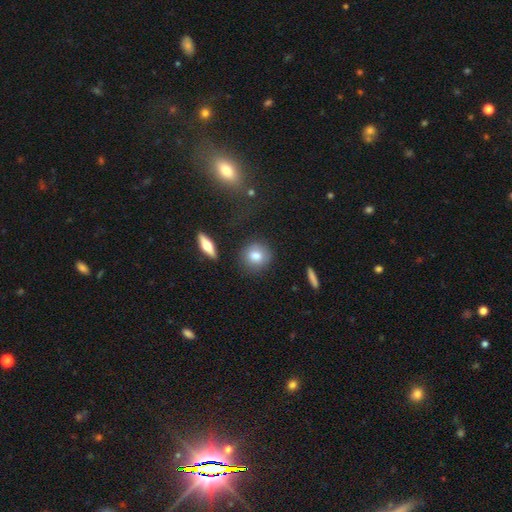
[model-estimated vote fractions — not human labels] Morphology: type=smooth (80%); roundness=round (81%); merging=none (83%).